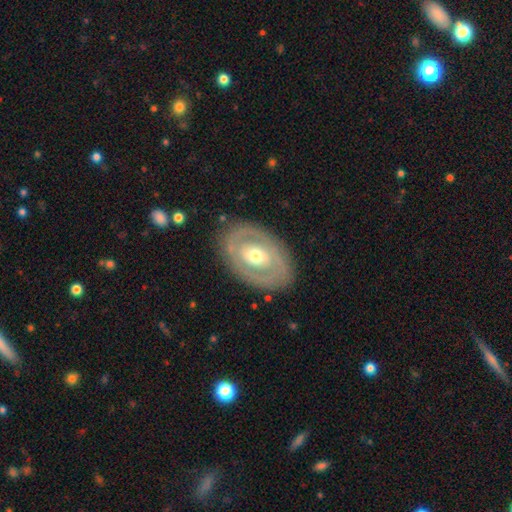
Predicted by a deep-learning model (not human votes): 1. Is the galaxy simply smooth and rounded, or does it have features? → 68% featured or disk, 27% smooth, 5% star or artifact.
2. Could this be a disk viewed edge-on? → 93% no, 7% yes.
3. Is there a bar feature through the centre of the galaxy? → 73% no, 19% weak, 8% strong.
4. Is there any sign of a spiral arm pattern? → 66% no, 34% yes.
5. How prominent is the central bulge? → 66% moderate, 23% small, 9% large, 1% dominant, 1% none.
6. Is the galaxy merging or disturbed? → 82% none, 12% minor disturbance, 5% major disturbance, 1% merger.